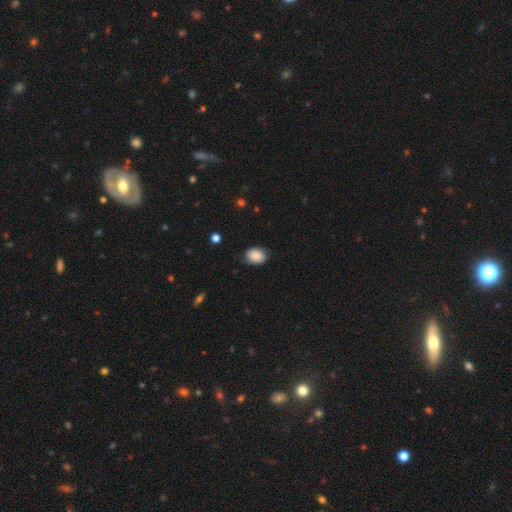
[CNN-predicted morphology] Smooth or featured? Predicted: smooth (p=0.88). How rounded? Predicted: in between (p=0.62). Merging? Predicted: none (p=0.80).